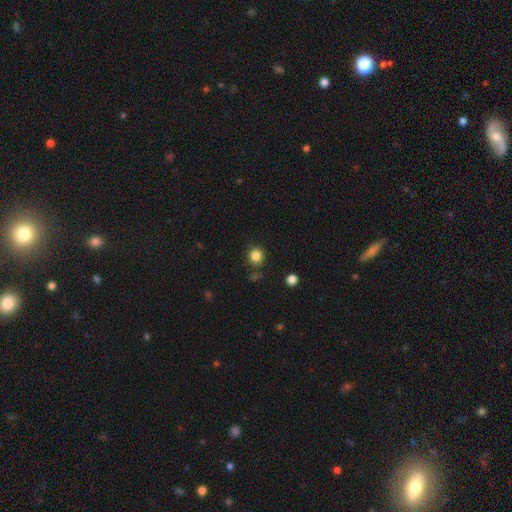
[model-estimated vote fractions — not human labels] Smooth or featured? Predicted: smooth (p=0.83). How rounded? Predicted: round (p=0.91). Merging? Predicted: none (p=0.85).